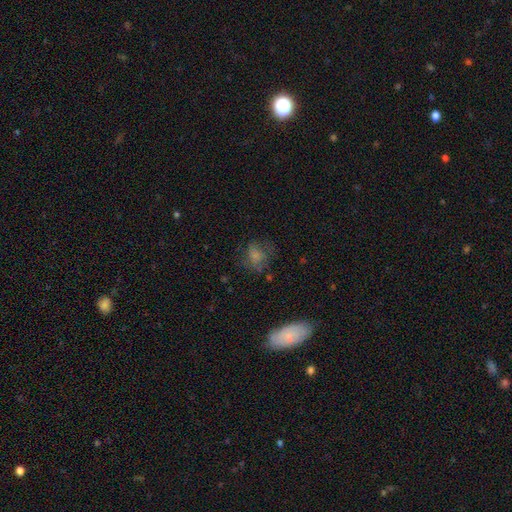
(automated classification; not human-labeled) smooth_or_featured: smooth (p=0.65) [alt: featured or disk p=0.21]
how_rounded: round (p=0.58) [alt: in between p=0.41]
merging: none (p=0.51) [alt: minor disturbance p=0.24]